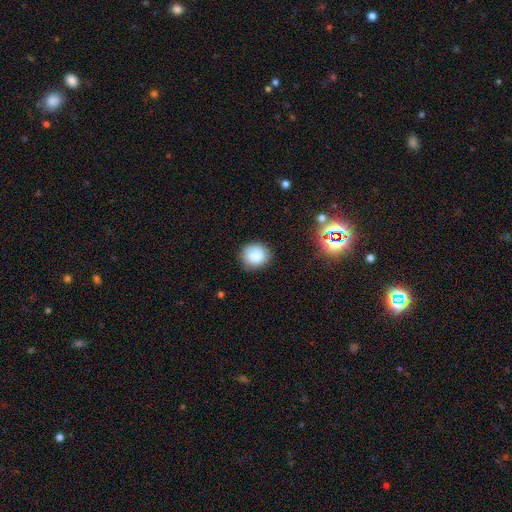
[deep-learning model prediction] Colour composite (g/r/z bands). It shows a smooth galaxy with no disk features (82%) that is round (77%). Merging: none (80%).